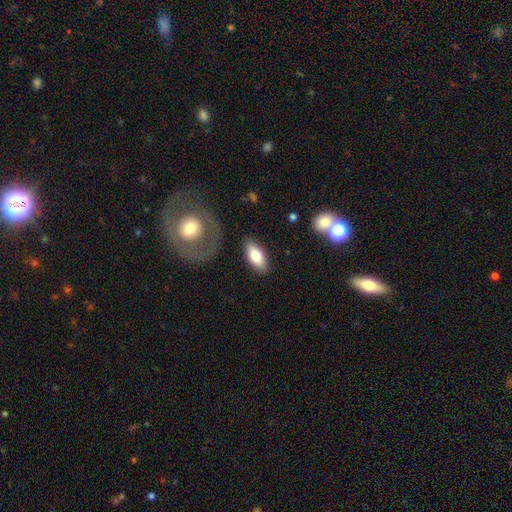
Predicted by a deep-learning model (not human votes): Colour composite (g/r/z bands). It shows a smooth galaxy with no disk features (77%) that is in between round and cigar-shaped (86%). Merging: none (85%).